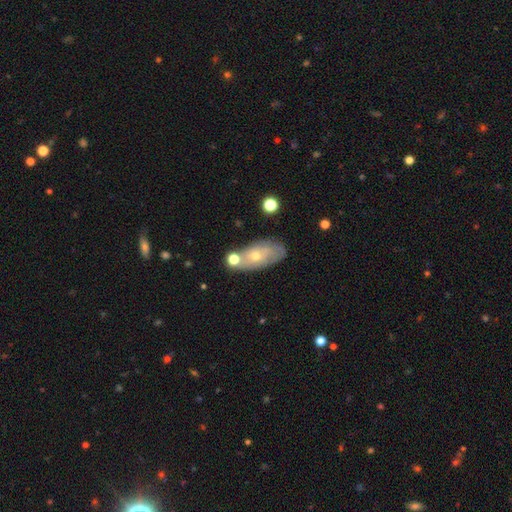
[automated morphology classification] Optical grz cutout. It shows a featured or disk galaxy (51%). Merging: none (63%).